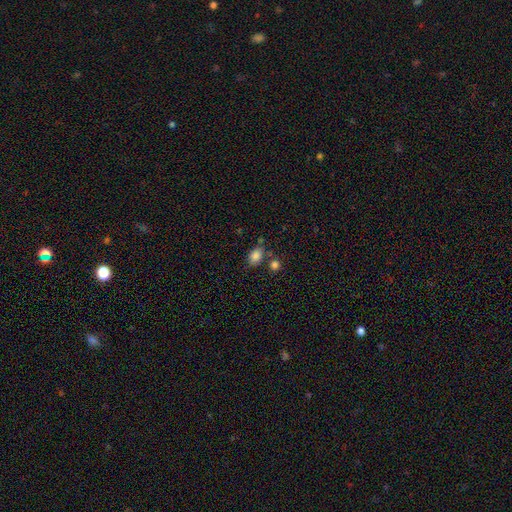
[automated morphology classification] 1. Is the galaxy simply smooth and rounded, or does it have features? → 84% smooth, 10% star or artifact, 6% featured or disk.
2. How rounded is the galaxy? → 78% in between, 21% round, 2% cigar-shaped.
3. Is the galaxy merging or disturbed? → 66% none, 16% minor disturbance, 13% merger, 5% major disturbance.